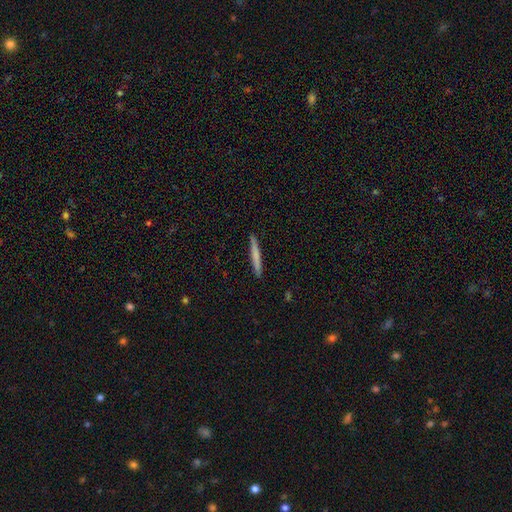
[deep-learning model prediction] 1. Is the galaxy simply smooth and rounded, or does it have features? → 67% smooth, 28% featured or disk, 5% star or artifact.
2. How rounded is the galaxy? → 97% cigar-shaped, 2% in between, 1% round.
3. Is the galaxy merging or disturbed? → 92% none, 6% minor disturbance, 1% major disturbance, 1% merger.